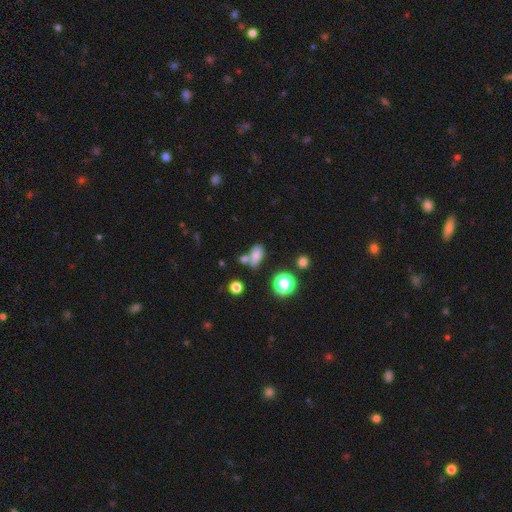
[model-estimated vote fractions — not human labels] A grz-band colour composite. It shows a smooth galaxy with no disk features (72%) that is in between round and cigar-shaped (81%). Merging: none (46%).